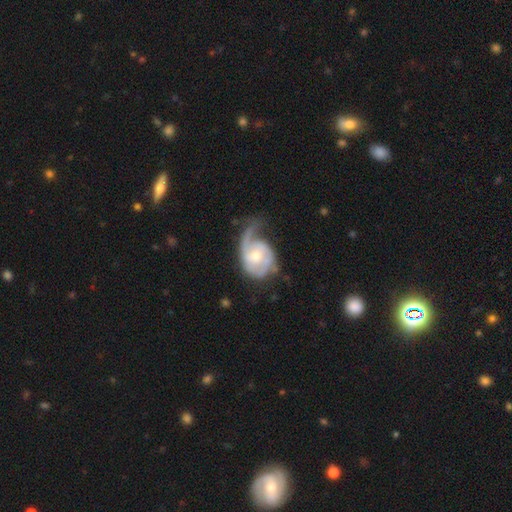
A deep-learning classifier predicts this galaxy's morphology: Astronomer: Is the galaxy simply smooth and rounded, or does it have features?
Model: featured or disk — 75%.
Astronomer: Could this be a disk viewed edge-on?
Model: no — 97%.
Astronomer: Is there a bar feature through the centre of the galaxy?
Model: no — 66%.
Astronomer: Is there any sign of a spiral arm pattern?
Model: yes — 88%.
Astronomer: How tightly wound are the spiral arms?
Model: medium — 37% (runner-up: loose, 33%).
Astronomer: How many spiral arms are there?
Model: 1 — 50% (runner-up: 2, 32%).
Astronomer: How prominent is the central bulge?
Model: moderate — 59%.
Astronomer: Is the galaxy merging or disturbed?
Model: major disturbance — 40% (runner-up: minor disturbance, 29%).